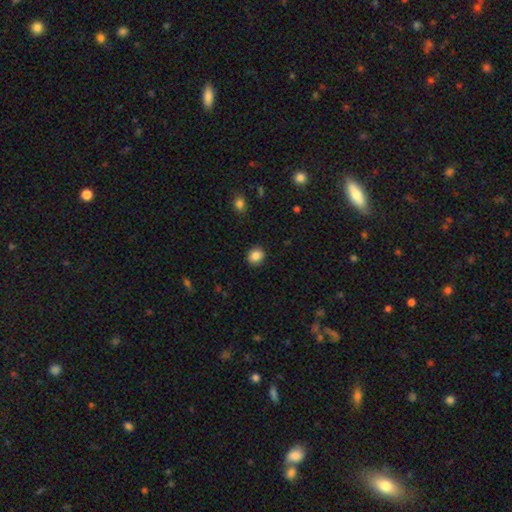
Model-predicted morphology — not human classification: smooth 86%, star or artifact 9%, featured or disk 5%. Down the decision tree: how rounded — round (70%); merging — none (90%).